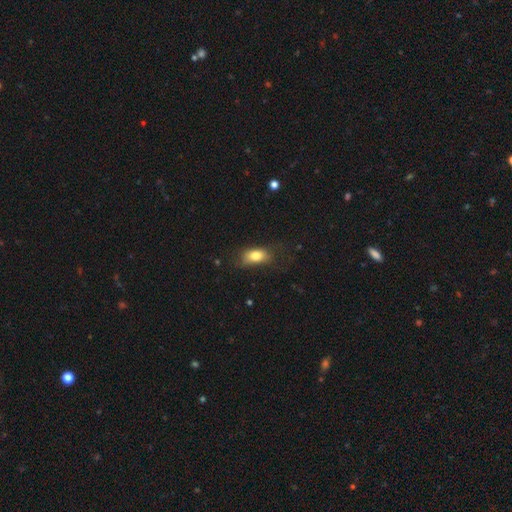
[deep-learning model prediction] Smooth or featured? smooth (79%)
How rounded? in between (86%)
Merging? none (57%)